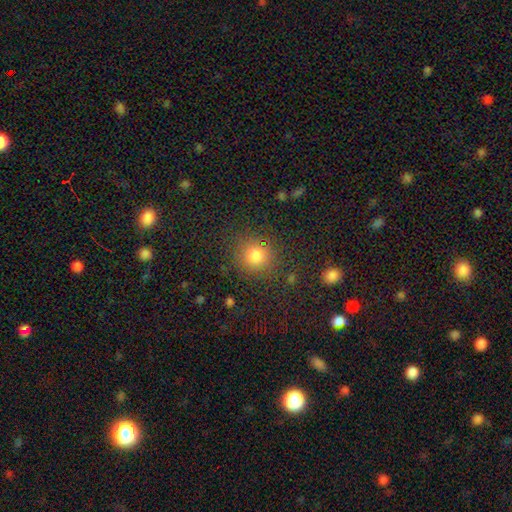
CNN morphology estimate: This appears to be a smooth galaxy with no disk features (80%) that is round (89%). Merging: none (85%).